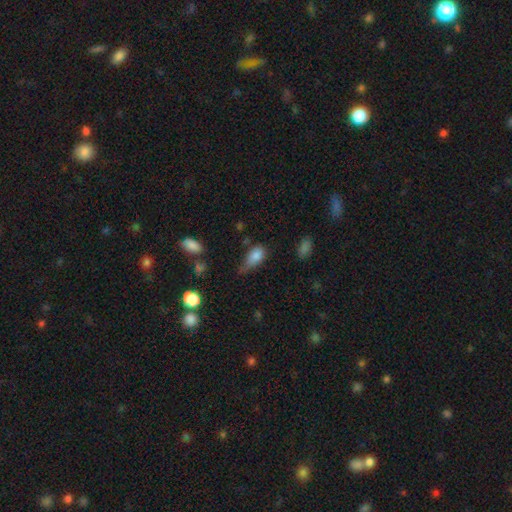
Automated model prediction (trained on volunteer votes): The model was most divided on "merging": minor disturbance: 45%, none: 28%, major disturbance: 22%, merger: 4%. More confident: how rounded — in between (86%); smooth or featured — smooth (81%).